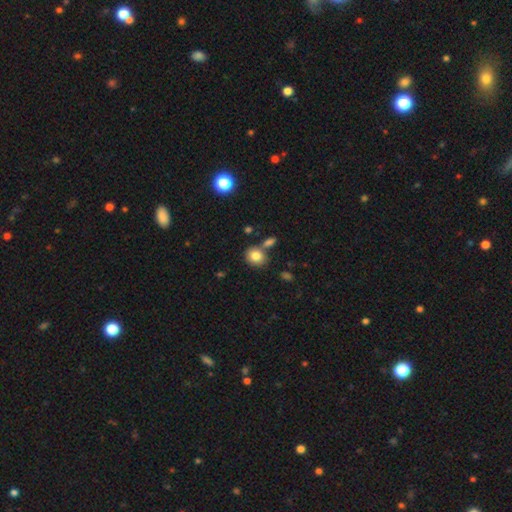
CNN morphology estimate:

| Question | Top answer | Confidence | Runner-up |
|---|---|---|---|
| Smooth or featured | smooth | 81% | star or artifact (10%) |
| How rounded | round | 69% | in between (30%) |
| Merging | none | 65% | merger (19%) |